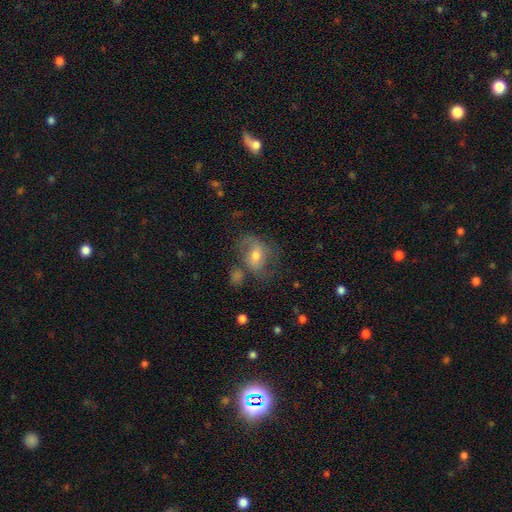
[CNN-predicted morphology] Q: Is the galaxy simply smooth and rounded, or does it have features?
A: featured or disk — 47%.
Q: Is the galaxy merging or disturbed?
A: none — 48%.